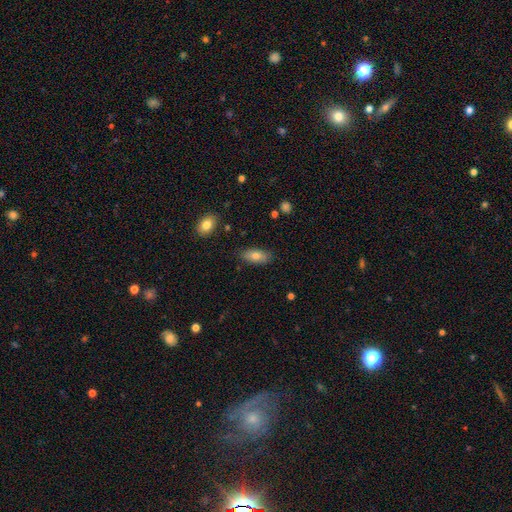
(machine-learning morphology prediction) Q: Smooth or featured?
A: smooth (77%); runner-up: featured or disk (15%)
Q: How rounded?
A: in between (85%); runner-up: cigar-shaped (12%)
Q: Merging?
A: none (84%); runner-up: minor disturbance (12%)